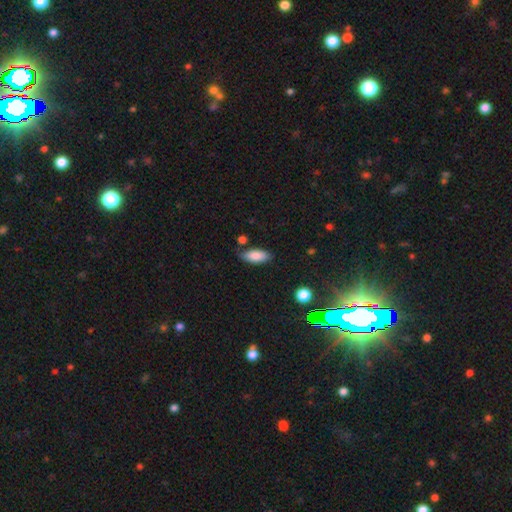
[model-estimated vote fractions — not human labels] Overall: smooth (84%). How rounded: in between (85%). Merging: none (73%).